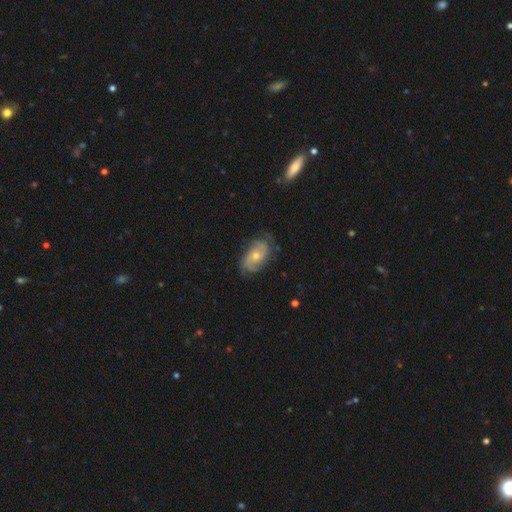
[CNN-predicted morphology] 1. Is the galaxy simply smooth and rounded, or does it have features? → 76% featured or disk, 16% smooth, 8% star or artifact.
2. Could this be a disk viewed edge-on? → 96% no, 4% yes.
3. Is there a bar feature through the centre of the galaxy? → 75% no, 21% weak, 4% strong.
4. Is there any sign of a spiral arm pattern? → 93% yes, 7% no.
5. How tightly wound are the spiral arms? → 46% tight, 38% medium, 16% loose.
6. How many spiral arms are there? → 44% 2, 23% can't tell, 20% 3, 5% 4, 4% 1, 4% more than 4.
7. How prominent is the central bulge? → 49% moderate, 47% small, 2% large, 1% none, 1% dominant.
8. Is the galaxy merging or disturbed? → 73% none, 20% minor disturbance, 6% major disturbance, 1% merger.